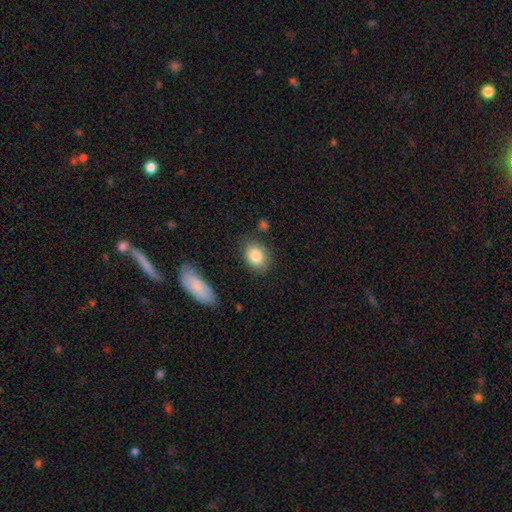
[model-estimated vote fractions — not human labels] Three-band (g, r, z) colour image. It shows a smooth galaxy with no disk features (84%) that is in between round and cigar-shaped (61%). Merging: none (80%).